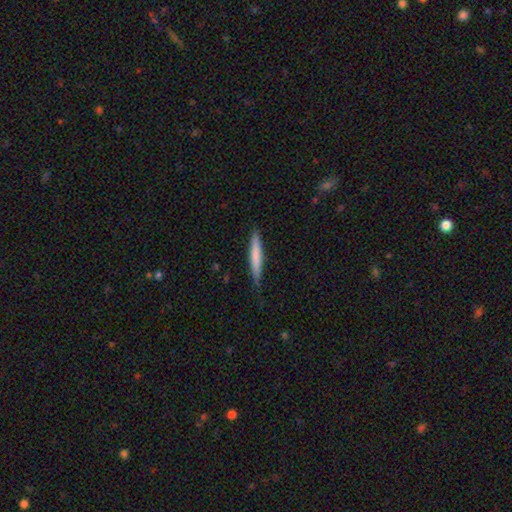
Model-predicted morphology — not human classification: smooth_or_featured: smooth (p=0.69) [alt: featured or disk p=0.26]
how_rounded: cigar-shaped (p=0.94) [alt: in between p=0.04]
merging: none (p=0.81) [alt: minor disturbance p=0.15]